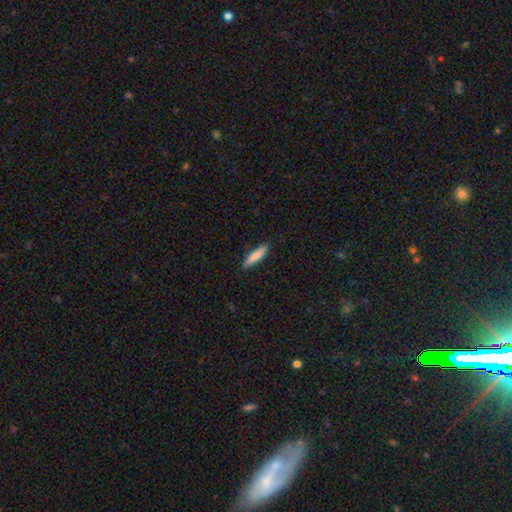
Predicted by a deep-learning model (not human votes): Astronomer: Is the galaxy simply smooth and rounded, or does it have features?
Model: smooth — 79%.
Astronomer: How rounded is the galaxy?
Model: cigar-shaped — 85%.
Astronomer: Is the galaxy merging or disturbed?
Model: none — 88%.